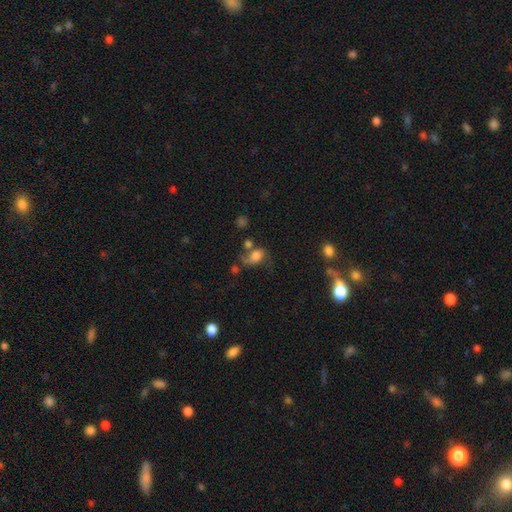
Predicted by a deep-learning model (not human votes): A smooth galaxy with no disk features (54%) that is in between round and cigar-shaped (72%).

Vote fractions:
- Smooth or featured? smooth: 54% / featured or disk: 33% / star or artifact: 13%
- How rounded? in between: 72% / round: 26% / cigar-shaped: 2%
- Merging? none: 35% / major disturbance: 25% / minor disturbance: 22% / merger: 19%